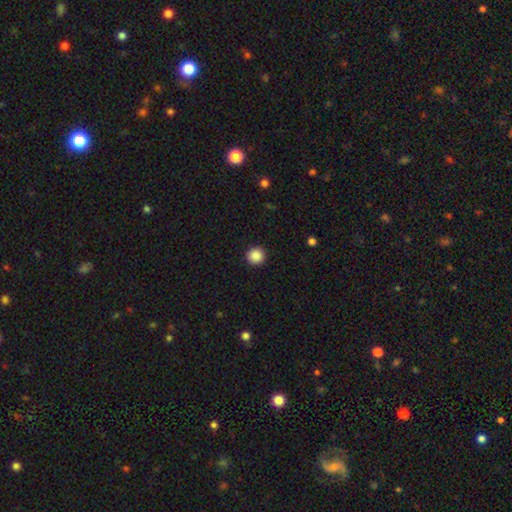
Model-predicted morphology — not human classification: The model was most divided on "smooth or featured": smooth: 88%, star or artifact: 9%, featured or disk: 3%. More confident: how rounded — round (95%); merging — none (93%).